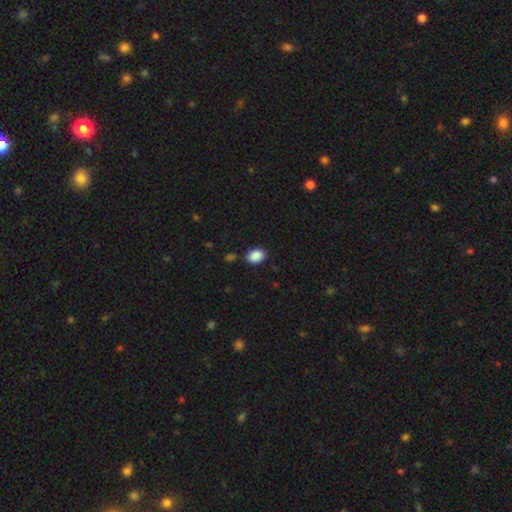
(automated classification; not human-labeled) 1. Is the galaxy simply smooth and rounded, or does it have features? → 89% smooth, 8% star or artifact, 3% featured or disk.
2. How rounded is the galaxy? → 72% in between, 27% round, 1% cigar-shaped.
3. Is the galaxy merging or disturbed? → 84% none, 10% minor disturbance, 3% merger, 3% major disturbance.